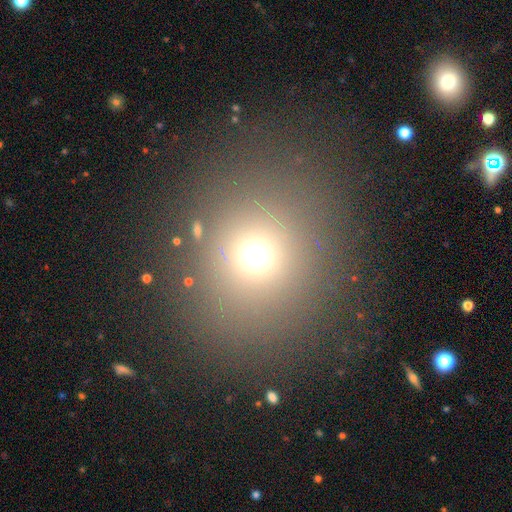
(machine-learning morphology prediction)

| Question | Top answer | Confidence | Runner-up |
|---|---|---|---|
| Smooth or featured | smooth | 66% | star or artifact (26%) |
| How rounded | round | 85% | in between (14%) |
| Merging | none | 84% | minor disturbance (8%) |